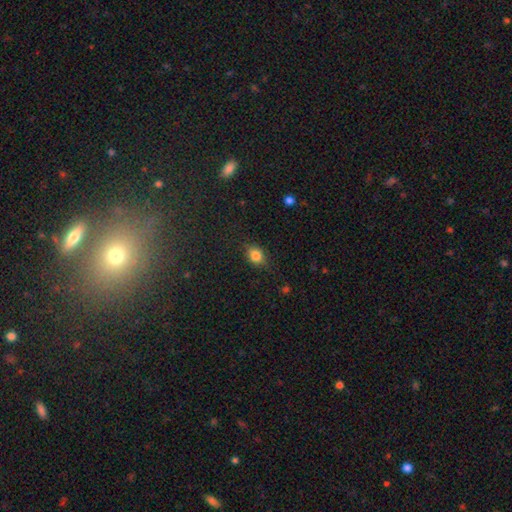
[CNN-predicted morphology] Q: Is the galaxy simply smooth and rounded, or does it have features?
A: smooth — 81%.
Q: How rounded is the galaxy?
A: in between — 53%.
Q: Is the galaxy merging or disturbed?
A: none — 78%.